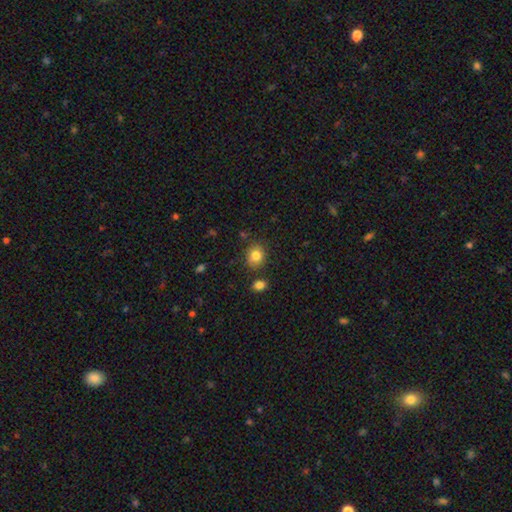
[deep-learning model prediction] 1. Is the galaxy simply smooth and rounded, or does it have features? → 83% smooth, 10% star or artifact, 7% featured or disk.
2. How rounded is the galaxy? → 66% round, 33% in between, 1% cigar-shaped.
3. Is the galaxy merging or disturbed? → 81% none, 11% minor disturbance, 5% merger, 3% major disturbance.